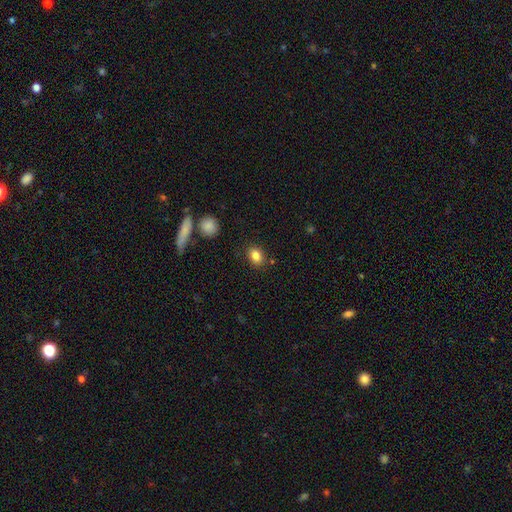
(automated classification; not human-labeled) Q: Smooth or featured?
A: smooth (84%); runner-up: star or artifact (10%)
Q: How rounded?
A: in between (60%); runner-up: round (38%)
Q: Merging?
A: none (84%); runner-up: minor disturbance (10%)